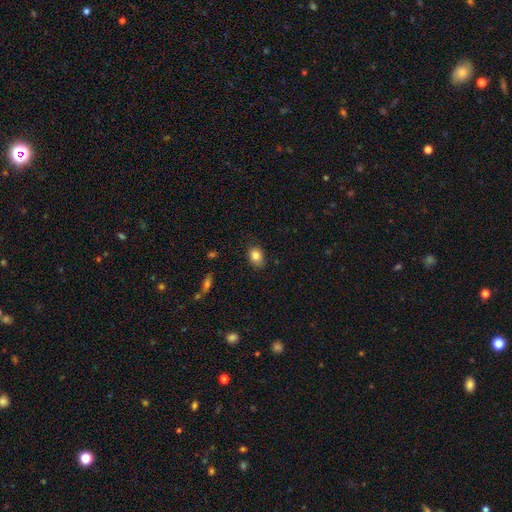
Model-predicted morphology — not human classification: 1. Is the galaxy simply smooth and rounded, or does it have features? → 83% smooth, 9% star or artifact, 8% featured or disk.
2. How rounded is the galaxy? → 74% in between, 25% round, 1% cigar-shaped.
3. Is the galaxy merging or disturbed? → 81% none, 15% minor disturbance, 3% major disturbance, 1% merger.